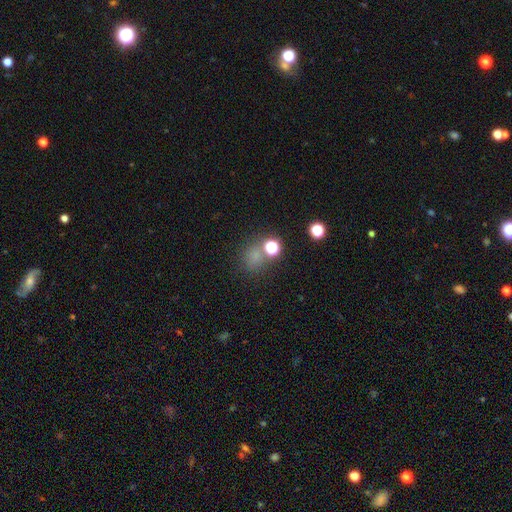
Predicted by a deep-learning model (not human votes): Overall: smooth (63%; star or artifact 29%). How rounded: round (73%). Merging: none (65%).